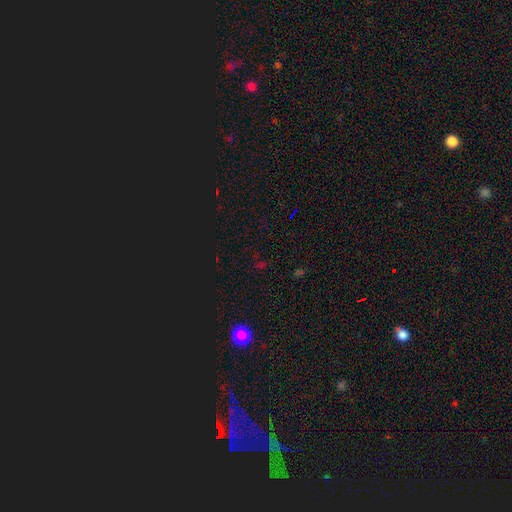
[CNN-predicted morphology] Smooth or featured? star or artifact (70%)